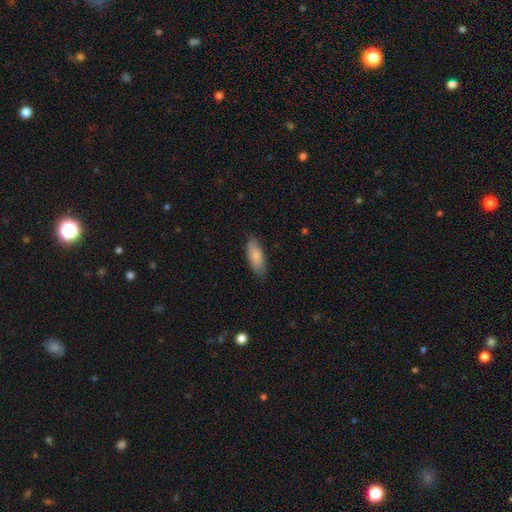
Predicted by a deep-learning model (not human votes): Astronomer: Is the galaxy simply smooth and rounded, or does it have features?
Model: smooth — 81%.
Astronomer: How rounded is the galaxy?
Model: in between — 77%.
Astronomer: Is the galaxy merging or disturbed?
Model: none — 78%.